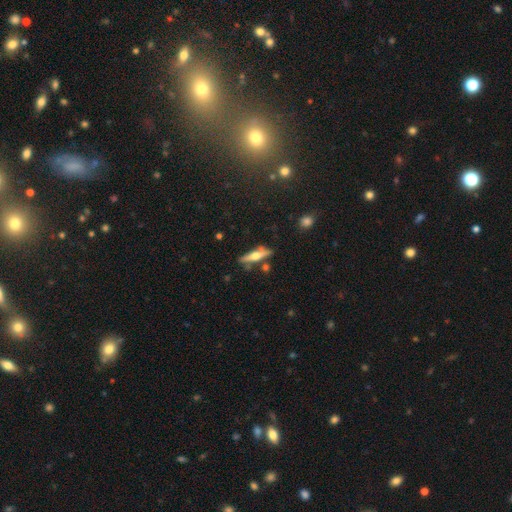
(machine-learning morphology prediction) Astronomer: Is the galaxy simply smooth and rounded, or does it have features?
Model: featured or disk — 60%.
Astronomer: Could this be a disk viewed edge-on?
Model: yes — 93%.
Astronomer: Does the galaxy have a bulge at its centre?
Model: rounded — 92%.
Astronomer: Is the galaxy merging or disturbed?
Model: none — 74%.